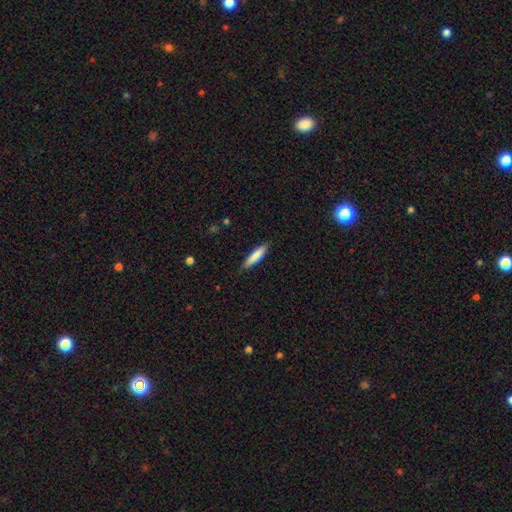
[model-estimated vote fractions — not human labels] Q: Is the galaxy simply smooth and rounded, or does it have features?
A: smooth — 81%.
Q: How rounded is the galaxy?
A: cigar-shaped — 83%.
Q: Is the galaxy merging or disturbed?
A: none — 86%.